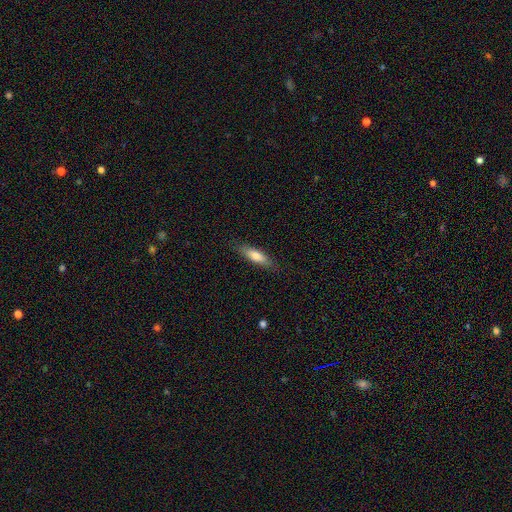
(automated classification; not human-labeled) Smooth or featured? Predicted: smooth (p=0.74). How rounded? Predicted: cigar-shaped (p=0.64). Merging? Predicted: none (p=0.85).